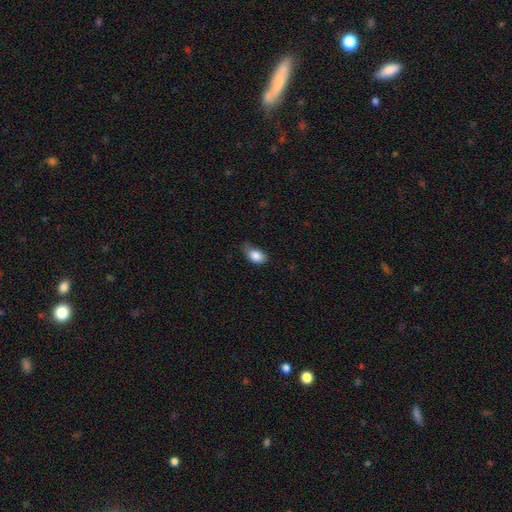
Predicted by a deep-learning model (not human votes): Q: Smooth or featured?
A: smooth (86%); runner-up: star or artifact (8%)
Q: How rounded?
A: in between (85%); runner-up: round (13%)
Q: Merging?
A: none (44%); runner-up: minor disturbance (42%)